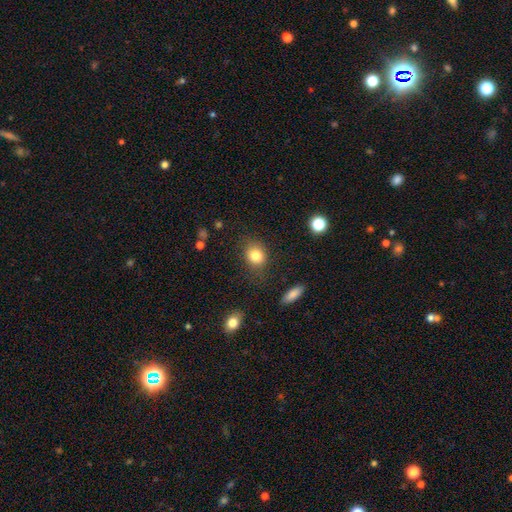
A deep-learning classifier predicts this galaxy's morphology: Q: Smooth or featured?
A: smooth (82%); runner-up: star or artifact (10%)
Q: How rounded?
A: round (53%); runner-up: in between (46%)
Q: Merging?
A: none (78%); runner-up: minor disturbance (15%)